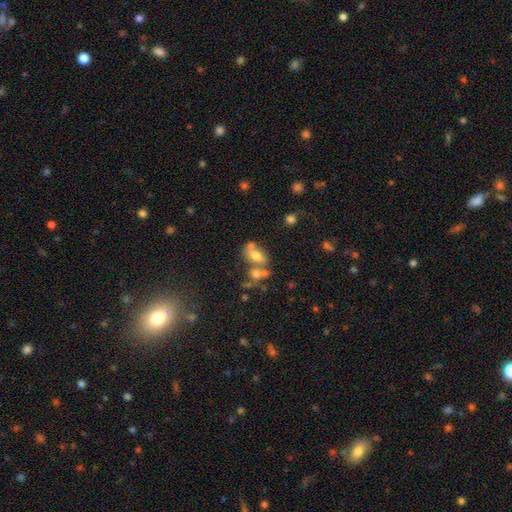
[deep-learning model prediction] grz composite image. It shows a smooth galaxy with no disk features (57%) that is in between round and cigar-shaped (78%). Merging: merger (45%).